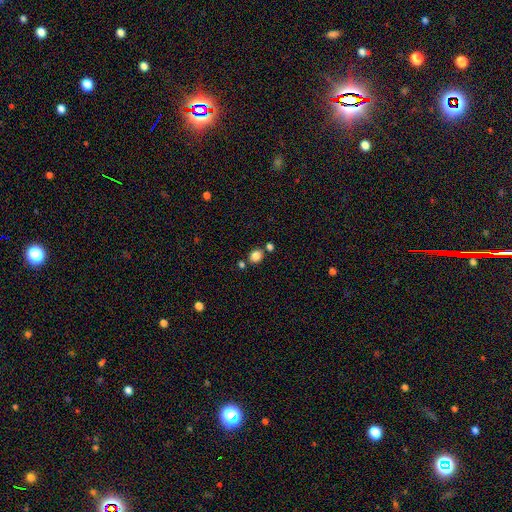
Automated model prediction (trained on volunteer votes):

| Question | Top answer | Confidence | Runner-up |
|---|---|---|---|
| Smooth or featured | smooth | 83% | star or artifact (12%) |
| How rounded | round | 65% | in between (34%) |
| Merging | none | 74% | merger (13%) |